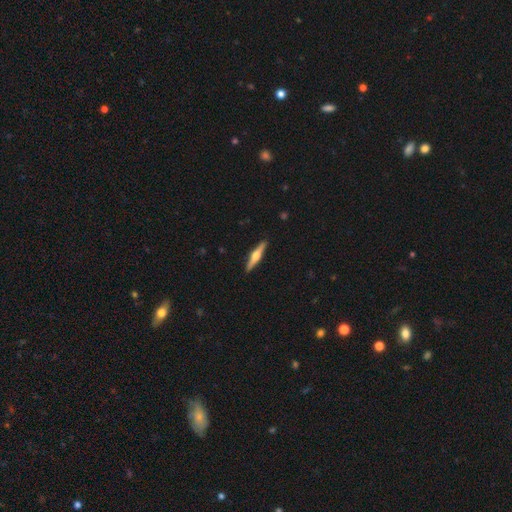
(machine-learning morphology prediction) A featured or disk galaxy (69%) viewed edge-on (98%) with a rounded central bulge (92%). Merging: none (91%).